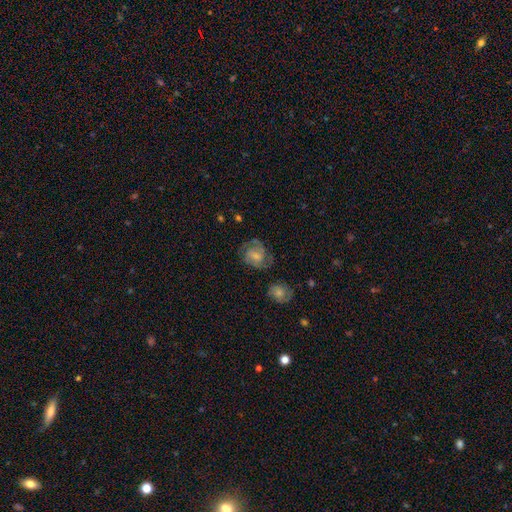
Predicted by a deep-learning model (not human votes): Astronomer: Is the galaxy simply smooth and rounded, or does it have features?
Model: featured or disk — 58%.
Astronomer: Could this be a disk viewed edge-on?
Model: no — 98%.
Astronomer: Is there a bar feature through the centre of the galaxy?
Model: no — 60%.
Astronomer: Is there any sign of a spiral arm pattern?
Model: yes — 86%.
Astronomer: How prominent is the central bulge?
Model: small — 54% (runner-up: moderate, 33%).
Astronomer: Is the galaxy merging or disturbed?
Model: none — 59%.